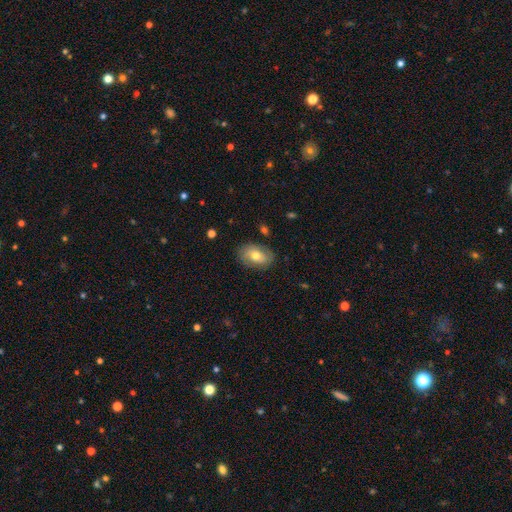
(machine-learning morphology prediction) This is likely a smooth galaxy (60%). How rounded: clearly in between (85%). Merging: clearly none (81%).